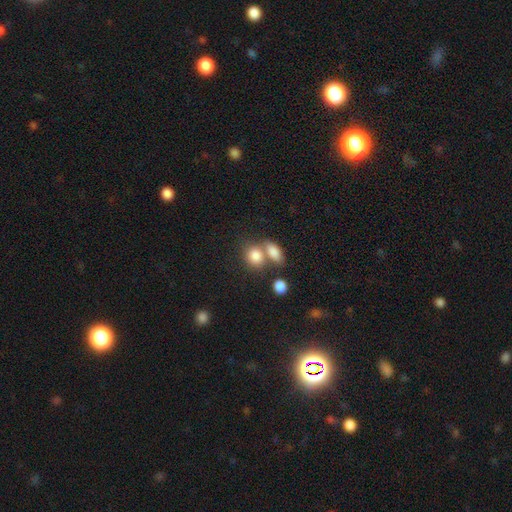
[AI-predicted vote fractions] Morphology: type=smooth (83%); roundness=in between (50%); merging=merger (44%).